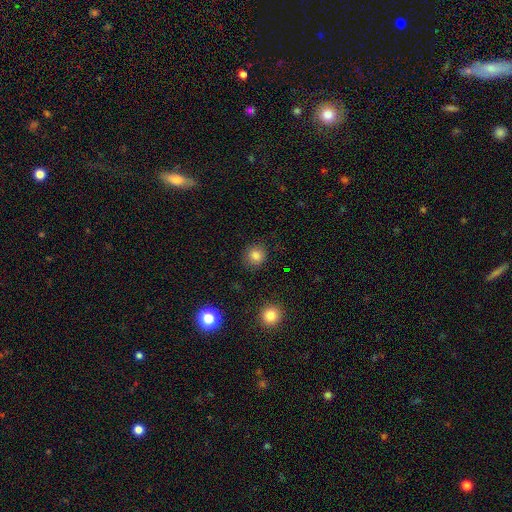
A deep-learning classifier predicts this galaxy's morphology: smooth 82%, star or artifact 12%, featured or disk 6%. Down the decision tree: how rounded — round (86%); merging — none (86%).